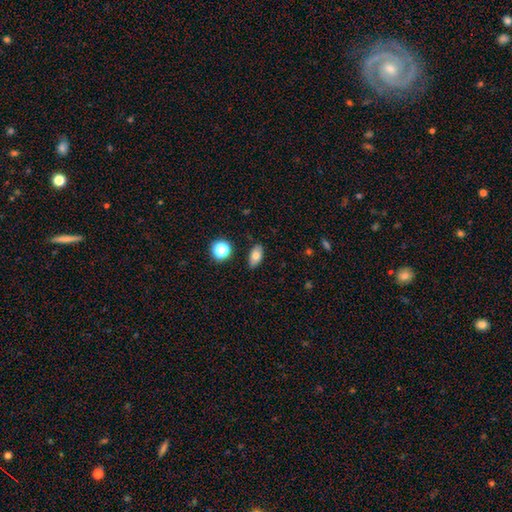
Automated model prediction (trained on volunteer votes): Smooth or featured?
  - smooth: 76% *
  - featured or disk: 13%
  - star or artifact: 10%
How rounded?
  - in between: 86% *
  - round: 10%
  - cigar-shaped: 4%
Merging?
  - none: 84% *
  - minor disturbance: 11%
  - major disturbance: 2%
  - merger: 2%